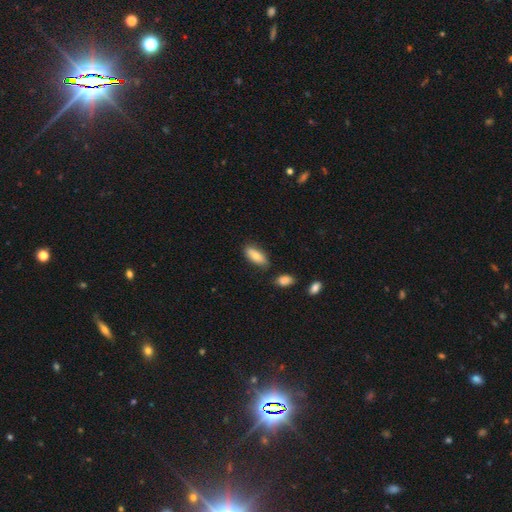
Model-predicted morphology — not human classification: A smooth galaxy with no disk features (80%) that is in between round and cigar-shaped (83%).

Vote fractions:
- Smooth or featured? smooth: 80% / featured or disk: 13% / star or artifact: 6%
- How rounded? in between: 83% / cigar-shaped: 15% / round: 2%
- Merging? none: 76% / minor disturbance: 16% / merger: 5% / major disturbance: 3%